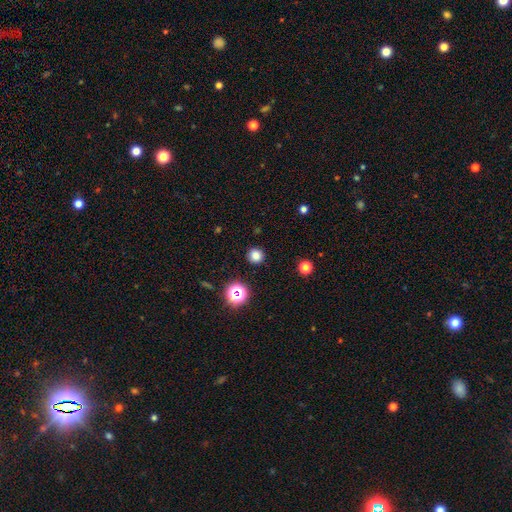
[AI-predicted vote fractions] Smooth or featured: smooth — 79% (star or artifact — 16%)
How rounded: round — 95% (in between — 4%)
Merging: none — 92% (minor disturbance — 5%)